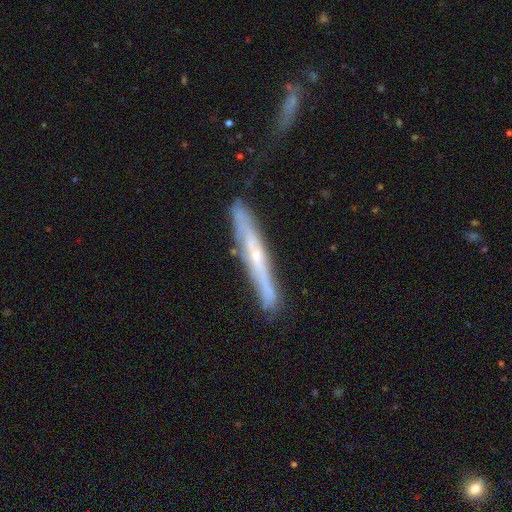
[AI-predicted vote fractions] Q: Smooth or featured?
A: featured or disk (68%); runner-up: smooth (25%)
Q: Edge-on disk?
A: yes (89%); runner-up: no (11%)
Q: Edge-on bulge?
A: rounded (51%); runner-up: none (44%)
Q: Merging?
A: none (77%); runner-up: minor disturbance (17%)